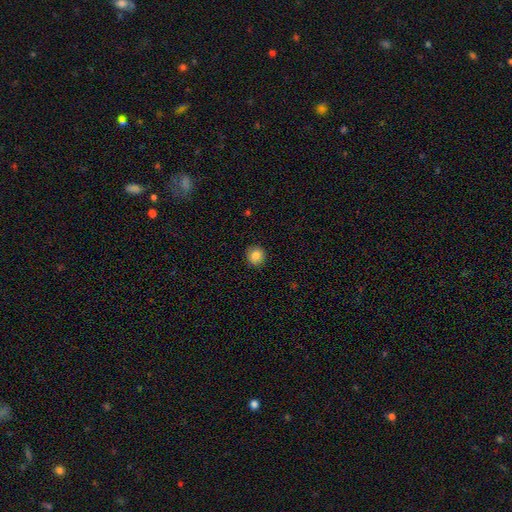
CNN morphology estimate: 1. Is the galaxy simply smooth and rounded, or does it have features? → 86% smooth, 10% star or artifact, 4% featured or disk.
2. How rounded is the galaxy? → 91% round, 8% in between, 1% cigar-shaped.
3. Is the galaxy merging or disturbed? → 91% none, 6% minor disturbance, 2% major disturbance, 1% merger.